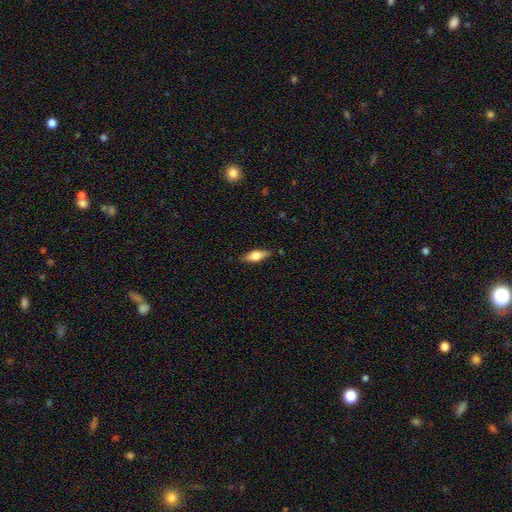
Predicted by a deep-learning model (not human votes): Smooth or featured?
  - smooth: 60% *
  - featured or disk: 34%
  - star or artifact: 7%
How rounded?
  - in between: 65% *
  - cigar-shaped: 32%
  - round: 3%
Merging?
  - none: 84% *
  - minor disturbance: 12%
  - major disturbance: 2%
  - merger: 1%